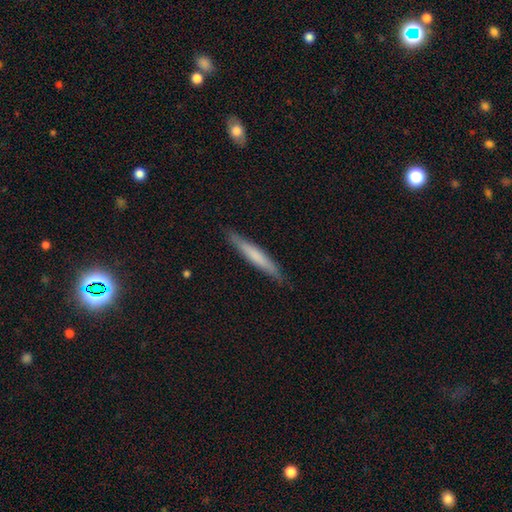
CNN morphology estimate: Smooth or featured? Predicted: smooth (p=0.64). How rounded? Predicted: cigar-shaped (p=0.95). Merging? Predicted: none (p=0.88).